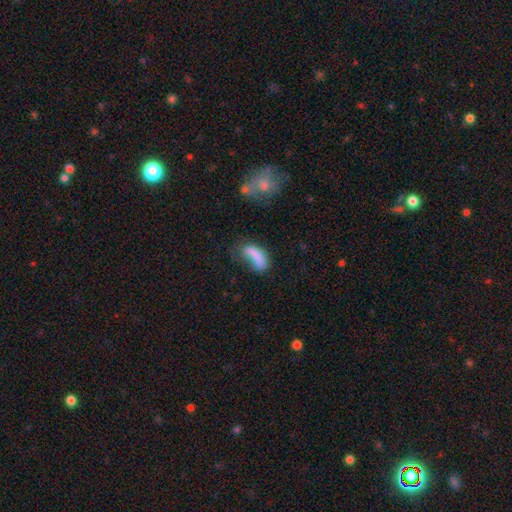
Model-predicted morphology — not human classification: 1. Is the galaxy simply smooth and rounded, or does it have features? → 75% smooth, 16% featured or disk, 10% star or artifact.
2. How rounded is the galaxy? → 72% in between, 24% cigar-shaped, 4% round.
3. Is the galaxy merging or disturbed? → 35% major disturbance, 30% none, 24% minor disturbance, 11% merger.